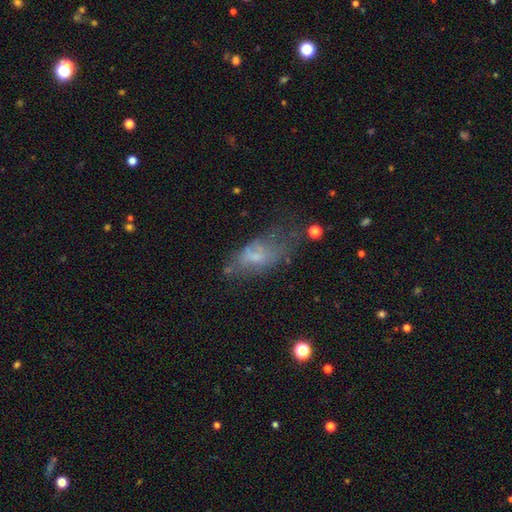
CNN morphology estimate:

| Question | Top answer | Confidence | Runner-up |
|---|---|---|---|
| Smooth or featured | smooth | 52% | featured or disk (35%) |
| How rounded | in between | 82% | cigar-shaped (14%) |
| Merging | none | 36% | major disturbance (31%) |